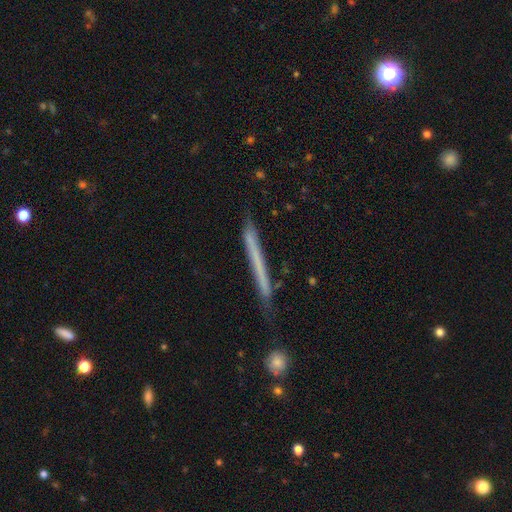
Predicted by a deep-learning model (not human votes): This appears to be a featured or disk galaxy (45%, tied with smooth). Merging: none (84%).